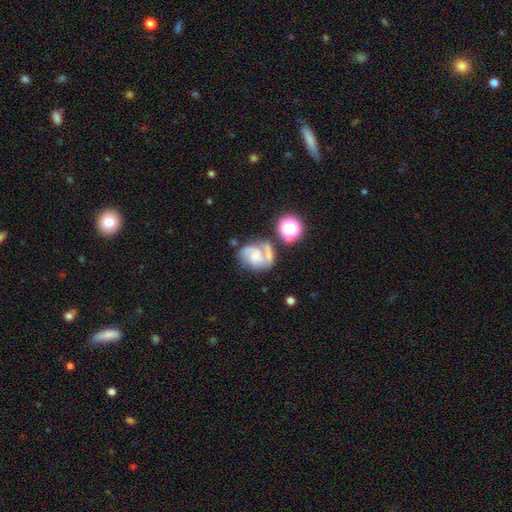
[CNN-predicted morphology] smooth-or-featured: featured or disk: 63% | smooth: 26% | star or artifact: 12%
  disk-edge-on: no: 98% | yes: 2%
    bar: no: 68% | weak: 25% | strong: 7%
    has-spiral-arms: yes: 81% | no: 19%
    bulge-size: none: 32% | small: 27% | moderate: 25% | large: 12% | dominant: 4%
  merging: none: 35% | merger: 26% | minor disturbance: 20% | major disturbance: 19%